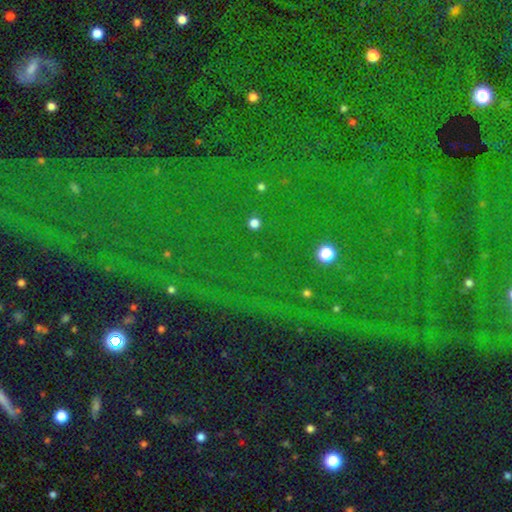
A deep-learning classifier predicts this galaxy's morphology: Smooth or featured: star or artifact — 85% (smooth — 8%)